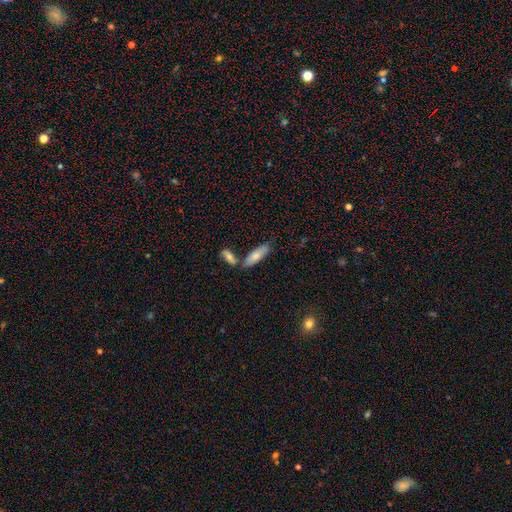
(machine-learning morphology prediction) Q: Smooth or featured?
A: smooth (75%); runner-up: featured or disk (19%)
Q: How rounded?
A: in between (55%); runner-up: cigar-shaped (43%)
Q: Merging?
A: none (63%); runner-up: merger (21%)